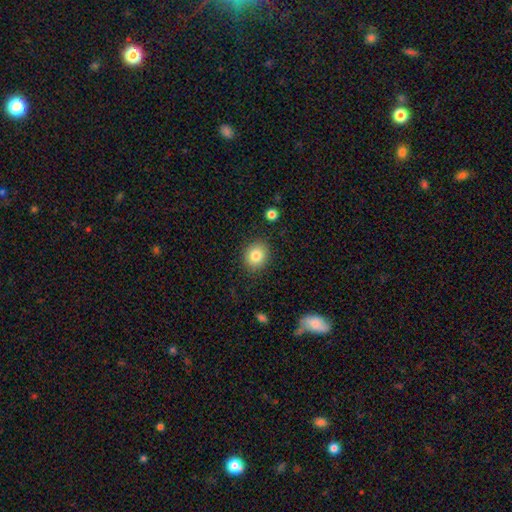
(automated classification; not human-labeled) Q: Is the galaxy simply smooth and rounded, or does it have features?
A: smooth — 83%.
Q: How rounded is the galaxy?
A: round — 67%.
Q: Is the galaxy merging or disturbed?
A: none — 87%.